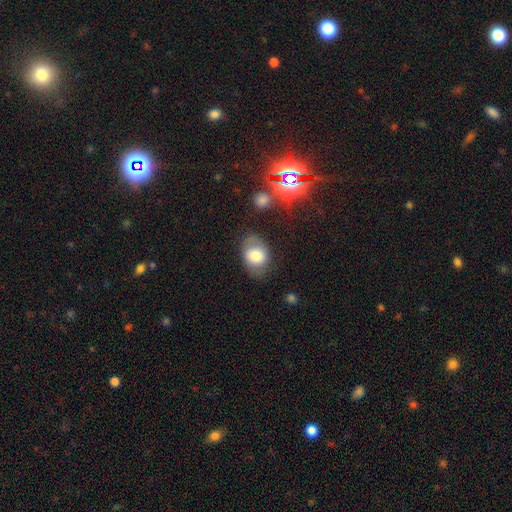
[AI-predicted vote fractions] Morphology: type=smooth (69%); roundness=in between (66%); merging=none (66%).